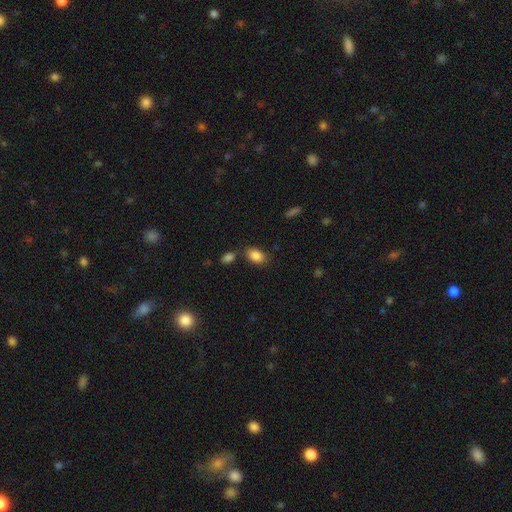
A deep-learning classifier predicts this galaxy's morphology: Smooth or featured? smooth (87%)
How rounded? in between (89%)
Merging? none (74%)